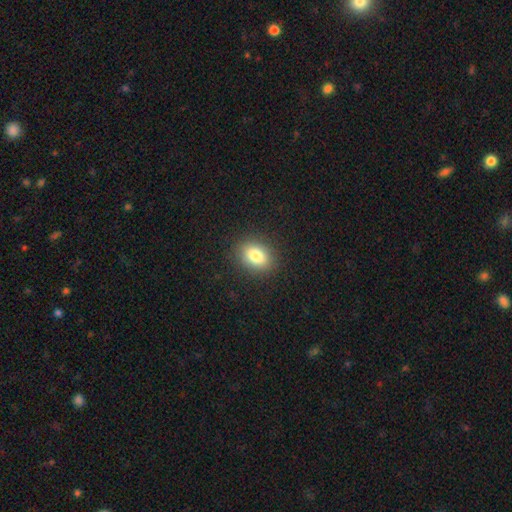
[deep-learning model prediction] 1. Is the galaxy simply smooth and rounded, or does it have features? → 82% smooth, 10% star or artifact, 8% featured or disk.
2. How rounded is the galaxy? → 68% in between, 31% round, 1% cigar-shaped.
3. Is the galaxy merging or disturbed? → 88% none, 8% minor disturbance, 3% major disturbance, 1% merger.